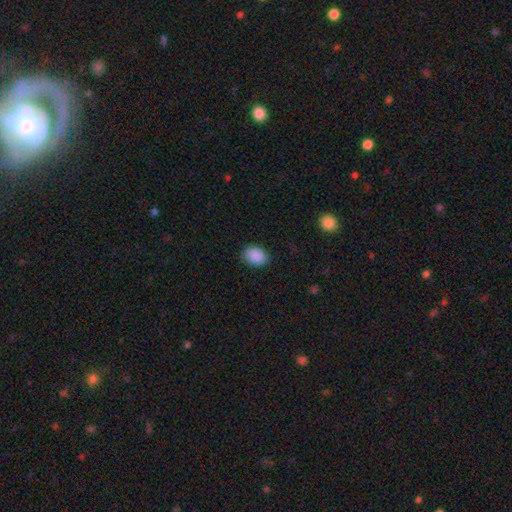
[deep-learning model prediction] smooth-or-featured: smooth: 90% | star or artifact: 8% | featured or disk: 3%
  how-rounded: in between: 67% | round: 32% | cigar-shaped: 1%
  merging: none: 85% | minor disturbance: 11% | major disturbance: 3% | merger: 1%